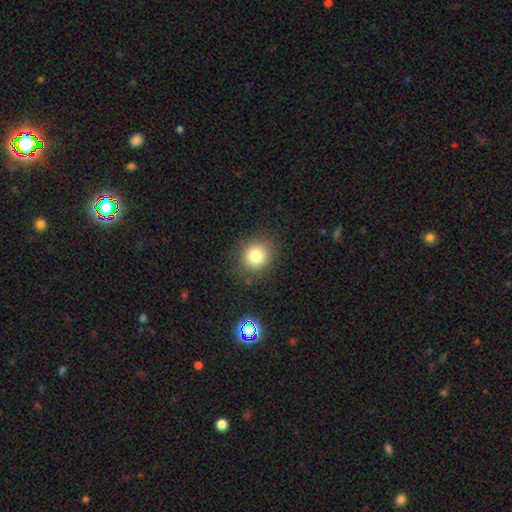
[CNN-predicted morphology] This appears to be a smooth galaxy with no disk features (79%) that is round (84%). Merging: none (86%).